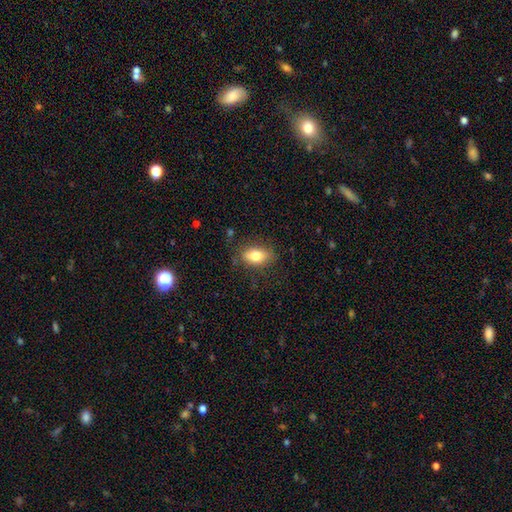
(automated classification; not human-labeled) Smooth or featured? smooth (76%)
How rounded? in between (85%)
Merging? none (79%)